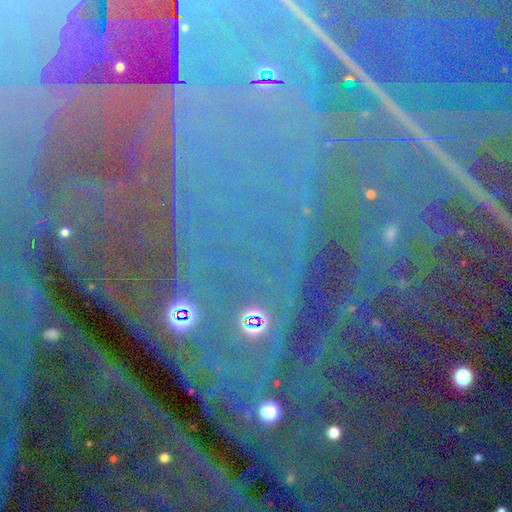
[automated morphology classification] smooth-or-featured: star or artifact: 86% | featured or disk: 8% | smooth: 6%